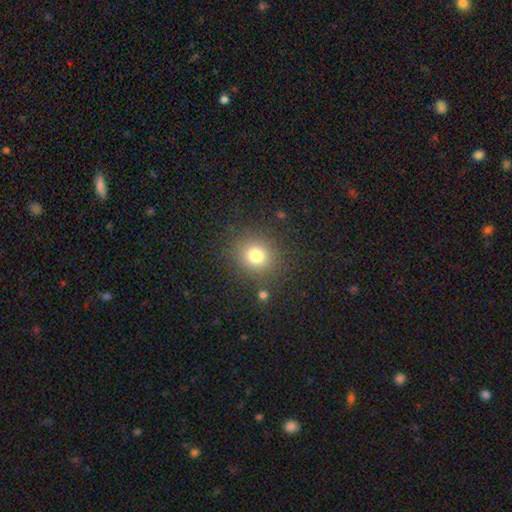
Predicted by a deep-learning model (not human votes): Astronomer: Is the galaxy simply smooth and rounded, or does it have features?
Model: smooth — 77%.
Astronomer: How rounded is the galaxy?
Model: round — 85%.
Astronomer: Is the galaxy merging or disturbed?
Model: none — 86%.